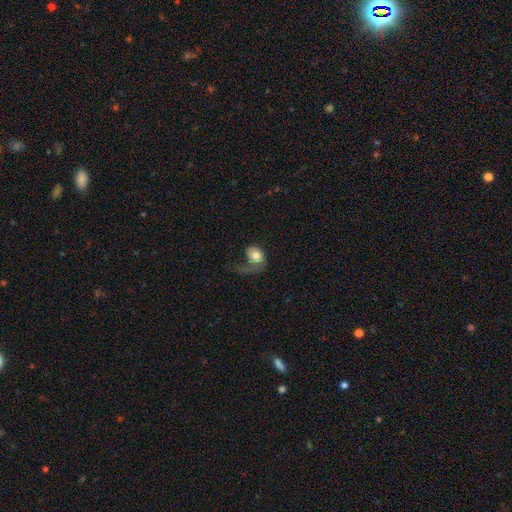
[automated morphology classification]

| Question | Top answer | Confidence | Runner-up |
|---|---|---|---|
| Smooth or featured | smooth | 61% | featured or disk (32%) |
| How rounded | in between | 63% | round (36%) |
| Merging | major disturbance | 55% | none (23%) |